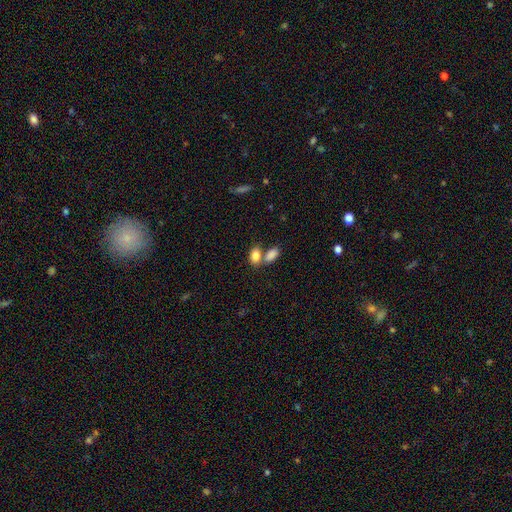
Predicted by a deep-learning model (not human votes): Smooth or featured? Predicted: smooth (p=0.85). How rounded? Predicted: in between (p=0.89). Merging? Predicted: merger (p=0.45).